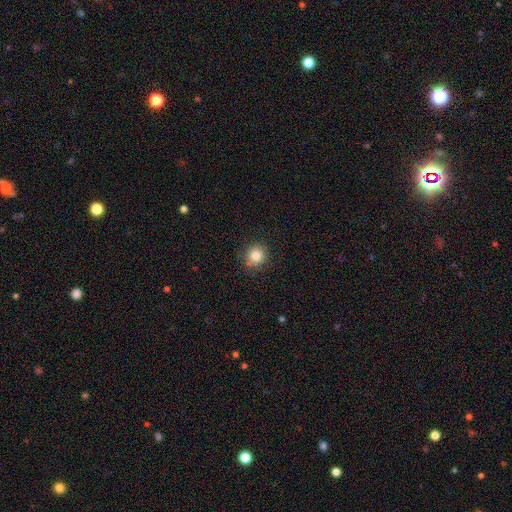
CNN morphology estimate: Smooth or featured? Predicted: smooth (p=0.83). How rounded? Predicted: round (p=0.91). Merging? Predicted: none (p=0.82).